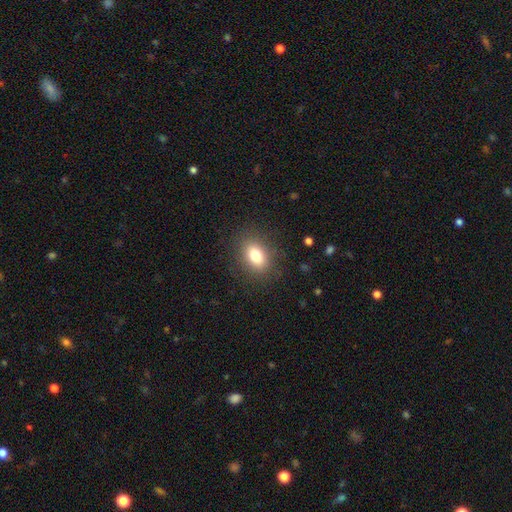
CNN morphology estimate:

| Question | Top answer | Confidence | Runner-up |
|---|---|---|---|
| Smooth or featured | smooth | 79% | featured or disk (10%) |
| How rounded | in between | 77% | round (21%) |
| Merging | none | 86% | minor disturbance (9%) |